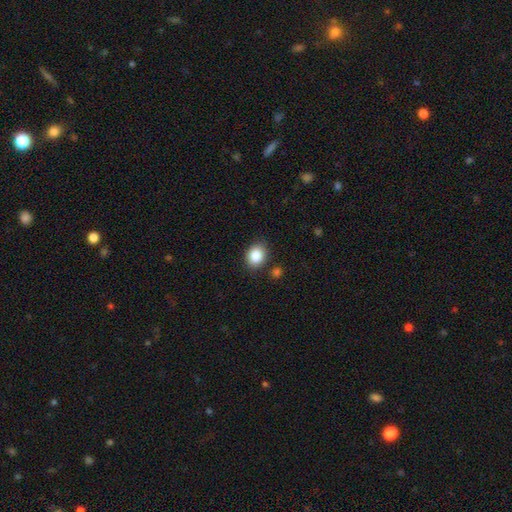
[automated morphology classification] smooth 86%, star or artifact 9%, featured or disk 5%. Down the decision tree: how rounded — round (53%); merging — none (82%).